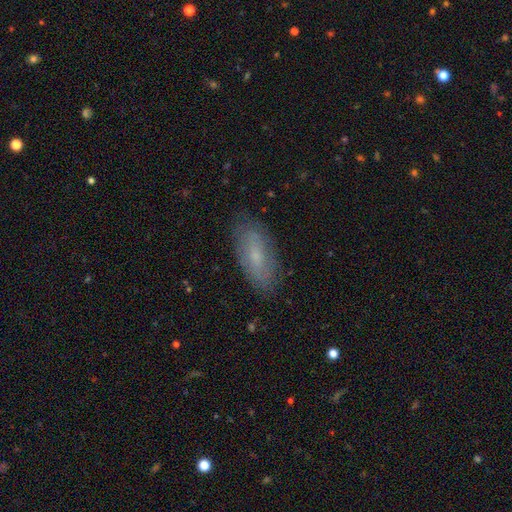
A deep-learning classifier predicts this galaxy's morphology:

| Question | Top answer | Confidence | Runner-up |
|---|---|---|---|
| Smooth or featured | smooth | 58% | featured or disk (34%) |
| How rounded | in between | 78% | cigar-shaped (19%) |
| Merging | none | 82% | minor disturbance (13%) |